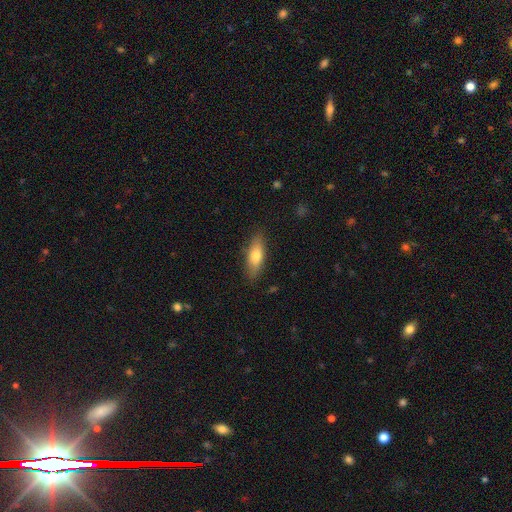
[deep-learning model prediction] Smooth or featured: smooth — 71% (featured or disk — 23%)
How rounded: in between — 60% (cigar-shaped — 37%)
Merging: none — 85% (minor disturbance — 11%)